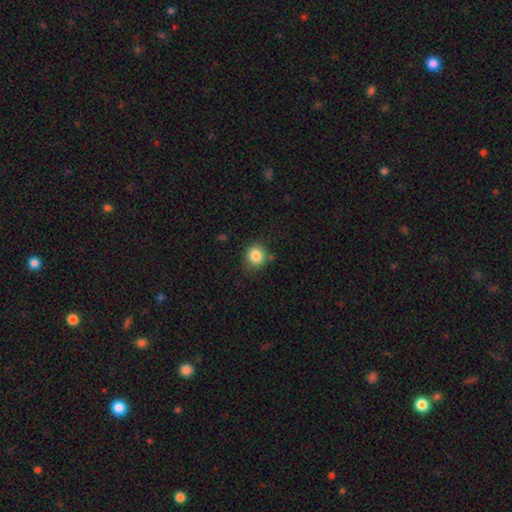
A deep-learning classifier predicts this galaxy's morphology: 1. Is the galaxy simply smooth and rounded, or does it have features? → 85% smooth, 10% star or artifact, 5% featured or disk.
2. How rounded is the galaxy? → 82% round, 17% in between, 1% cigar-shaped.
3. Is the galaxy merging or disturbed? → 76% none, 16% minor disturbance, 4% major disturbance, 4% merger.